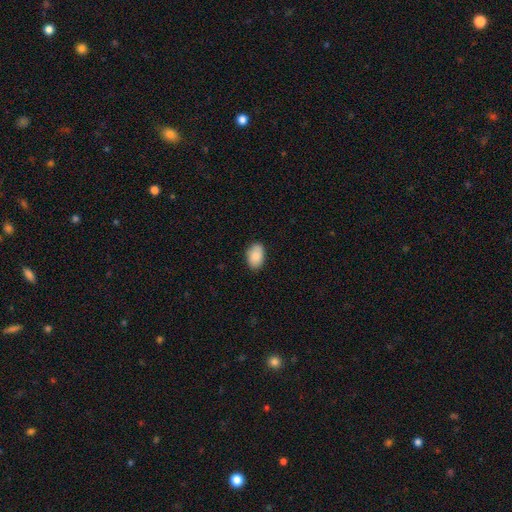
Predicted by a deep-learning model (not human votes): Smooth or featured? smooth (88%)
How rounded? in between (88%)
Merging? none (85%)